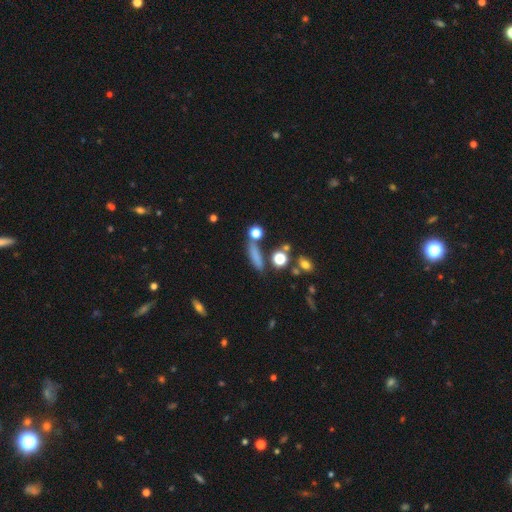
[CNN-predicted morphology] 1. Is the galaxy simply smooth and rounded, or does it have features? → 73% smooth, 14% star or artifact, 13% featured or disk.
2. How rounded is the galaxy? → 66% cigar-shaped, 24% in between, 10% round.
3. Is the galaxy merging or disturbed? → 69% none, 14% minor disturbance, 12% merger, 6% major disturbance.